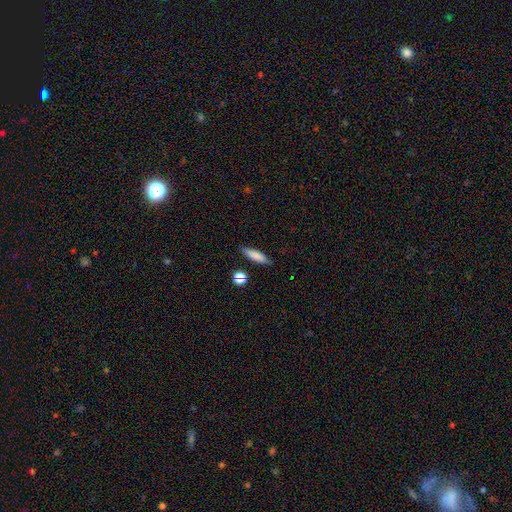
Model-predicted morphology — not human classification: A smooth galaxy with no disk features (78%) that is cigar-shaped (67%). Merging: none (82%).